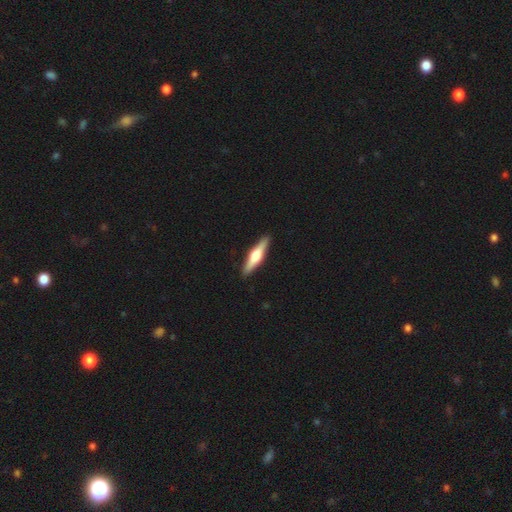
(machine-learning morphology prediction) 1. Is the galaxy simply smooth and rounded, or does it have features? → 61% featured or disk, 34% smooth, 5% star or artifact.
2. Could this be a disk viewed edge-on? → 97% yes, 3% no.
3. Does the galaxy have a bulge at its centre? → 92% rounded, 6% boxy, 3% none.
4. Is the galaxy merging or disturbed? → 92% none, 6% minor disturbance, 1% major disturbance, 1% merger.